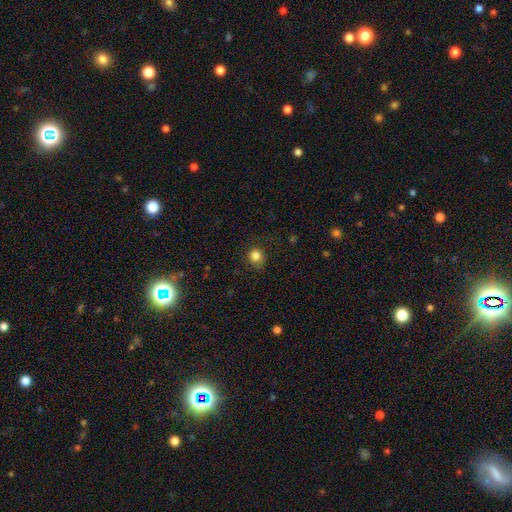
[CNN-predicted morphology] smooth 83%, star or artifact 12%, featured or disk 5%. Down the decision tree: how rounded — round (89%); merging — none (80%).